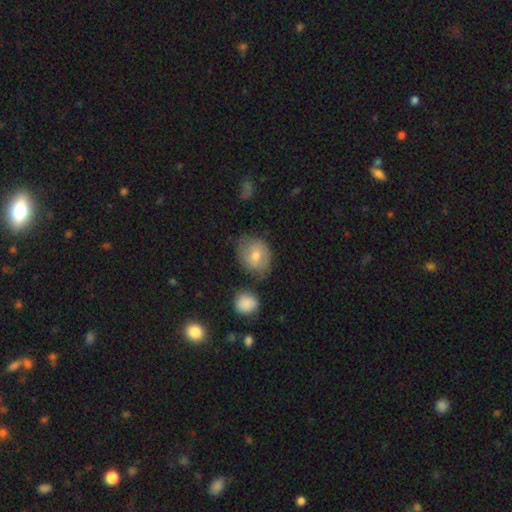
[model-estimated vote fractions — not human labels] A smooth galaxy with no disk features (64%) that is round (52%). Merging: none (63%).